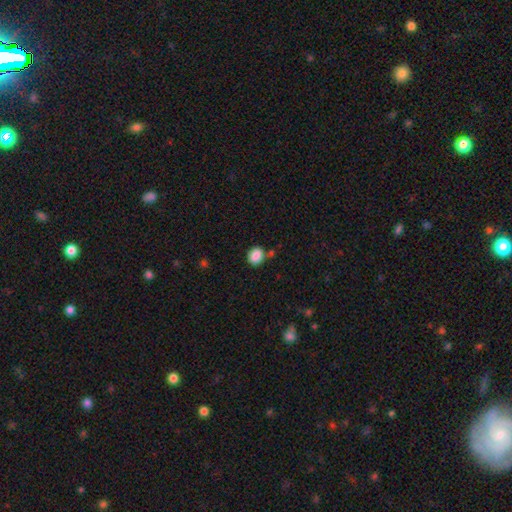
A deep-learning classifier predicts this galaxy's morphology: The model was most divided on "how rounded": round: 53%, in between: 46%, cigar-shaped: 1%. More confident: smooth or featured — smooth (87%); merging — none (73%).